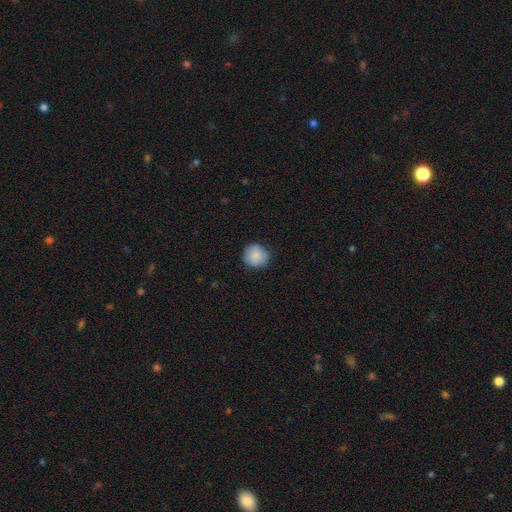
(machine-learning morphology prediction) Smooth or featured? Predicted: smooth (p=0.84). How rounded? Predicted: round (p=0.91). Merging? Predicted: none (p=0.85).